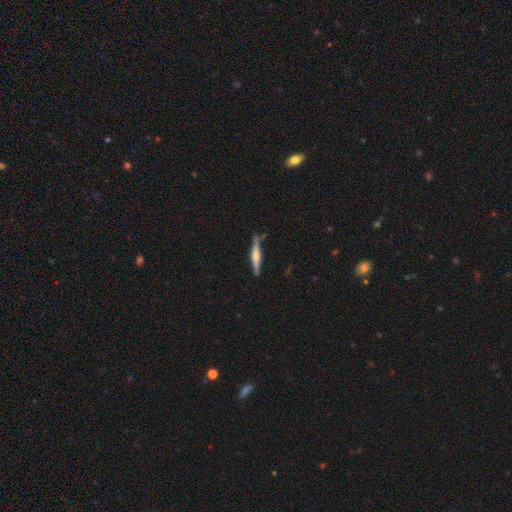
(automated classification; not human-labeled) Smooth or featured? featured or disk (61%)
Edge-on disk? yes (96%)
Edge-on bulge? rounded (73%)
Merging? none (81%)